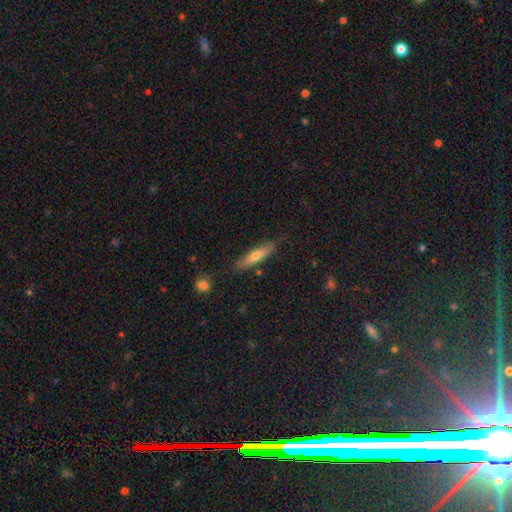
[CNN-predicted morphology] Smooth or featured?
  - smooth: 56% *
  - featured or disk: 36%
  - star or artifact: 8%
How rounded?
  - cigar-shaped: 83% *
  - in between: 15%
  - round: 2%
Merging?
  - none: 84% *
  - minor disturbance: 12%
  - major disturbance: 2%
  - merger: 2%